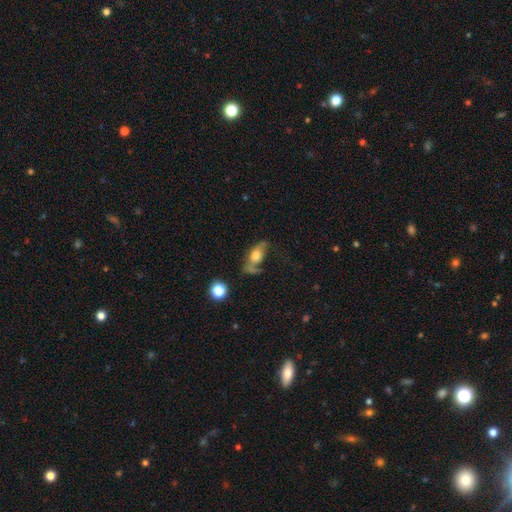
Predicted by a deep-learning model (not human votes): Overall: smooth (55%; featured or disk 36%). How rounded: in between (80%). Merging: none (38%; minor disturbance 23%).